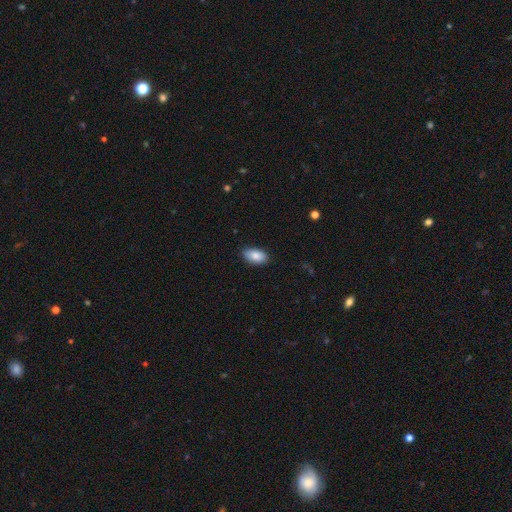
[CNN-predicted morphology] Smooth or featured? Predicted: smooth (p=0.87). How rounded? Predicted: in between (p=0.94). Merging? Predicted: none (p=0.86).